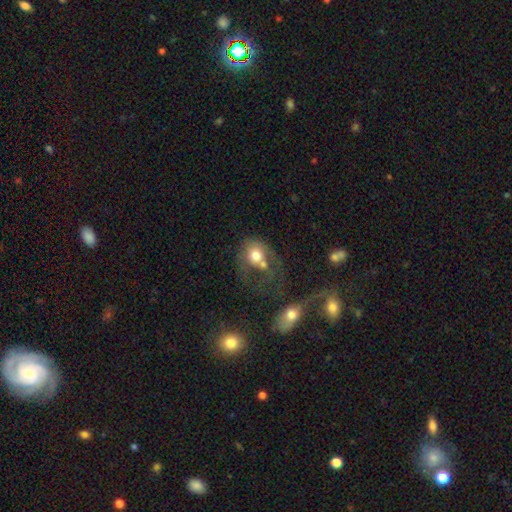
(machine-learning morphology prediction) smooth-or-featured: smooth: 61% | featured or disk: 30% | star or artifact: 9%
  how-rounded: round: 57% | in between: 42% | cigar-shaped: 1%
  merging: merger: 44% | major disturbance: 25% | none: 18% | minor disturbance: 12%